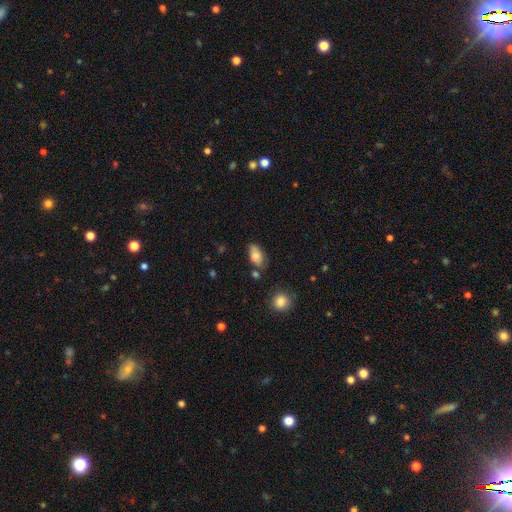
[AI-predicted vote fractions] Smooth or featured: smooth — 73% (featured or disk — 19%)
How rounded: in between — 91% (round — 6%)
Merging: none — 62% (minor disturbance — 25%)